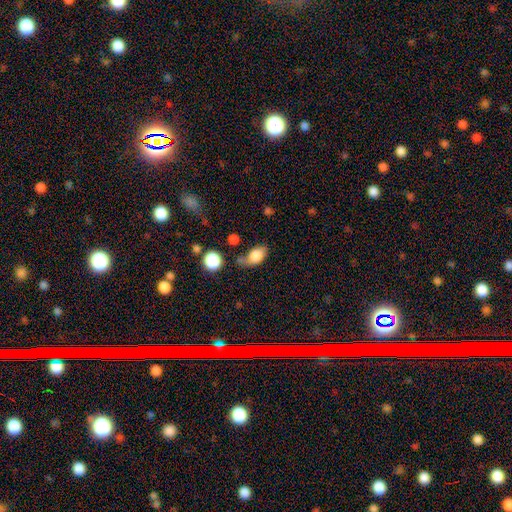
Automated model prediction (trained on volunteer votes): This appears to be a smooth galaxy with no disk features (79%) that is in between round and cigar-shaped (86%). Merging: none (43%).